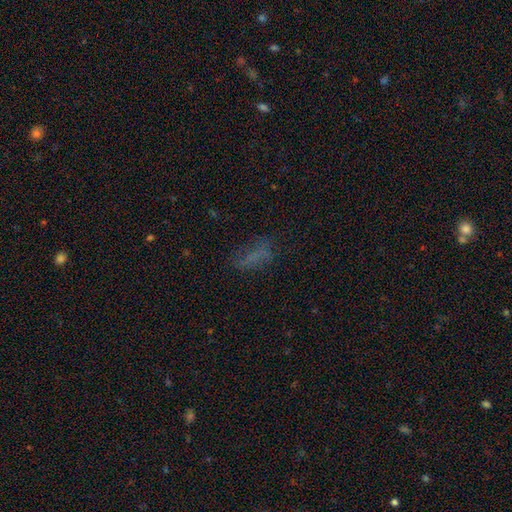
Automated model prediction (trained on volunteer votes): smooth 58%, star or artifact 22%, featured or disk 21%. Down the decision tree: how rounded — in between (63%); merging — none (59%).